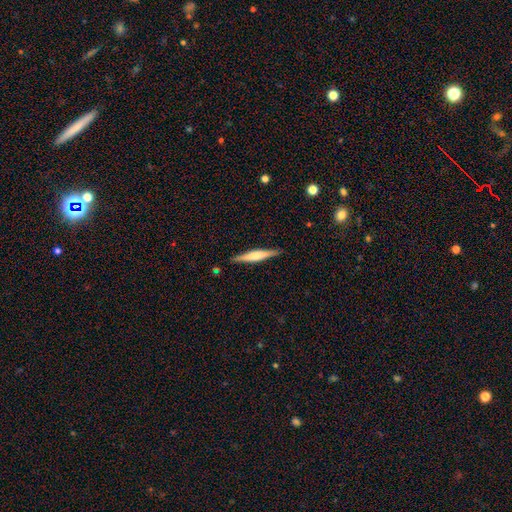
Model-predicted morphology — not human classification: Overall: featured or disk (58%; smooth 36%). Edge-on disk: yes (97%). Edge-on bulge: rounded (64%). Merging: none (89%).